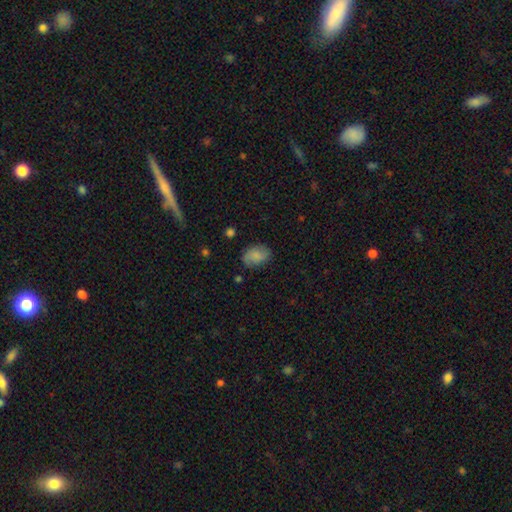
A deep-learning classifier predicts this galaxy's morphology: This is likely a smooth galaxy (79%). How rounded: clearly in between (80%). Merging: likely none (78%).